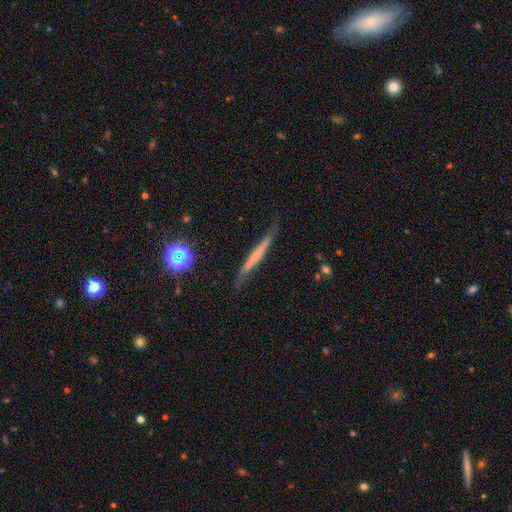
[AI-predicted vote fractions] Q: Smooth or featured?
A: featured or disk (48%); runner-up: smooth (43%)
Q: Merging?
A: none (73%); runner-up: minor disturbance (19%)